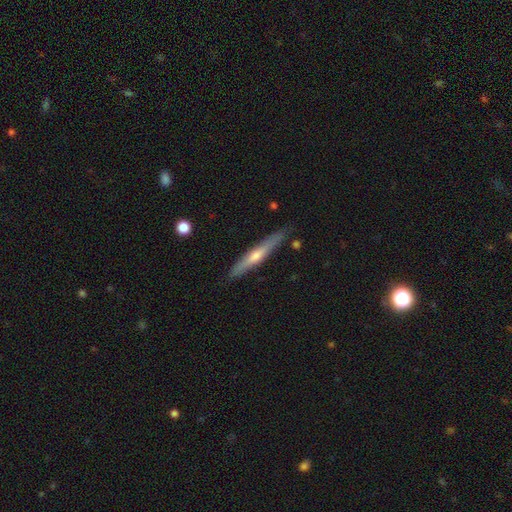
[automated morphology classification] This is likely a featured or disk galaxy (61%). It is clearly viewed edge-on (95%). Edge-on bulge: likely rounded (78%). Merging: clearly none (88%).